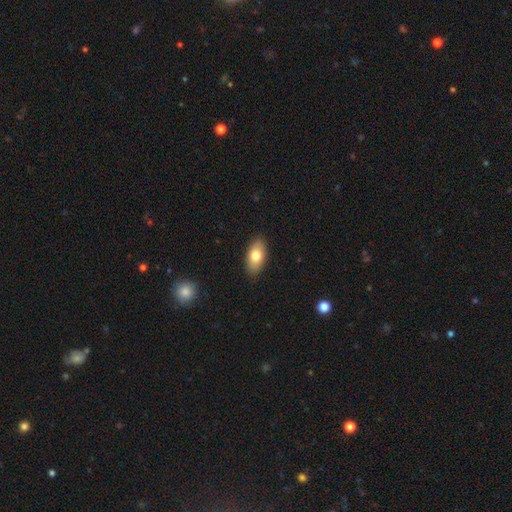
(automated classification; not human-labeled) This is likely a smooth galaxy (77%). How rounded: clearly in between (92%). Merging: clearly none (88%).